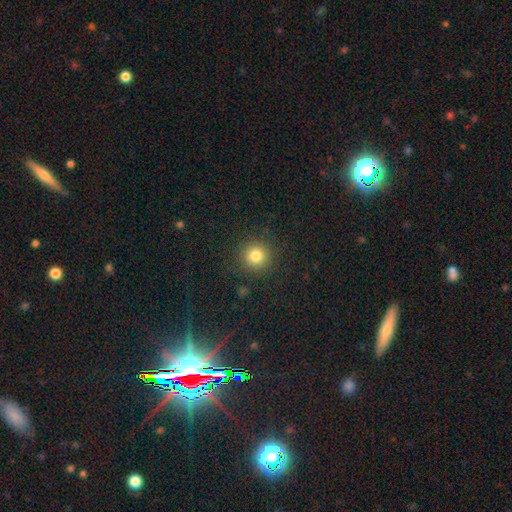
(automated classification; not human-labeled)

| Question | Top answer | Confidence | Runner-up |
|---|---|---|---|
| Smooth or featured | smooth | 81% | star or artifact (13%) |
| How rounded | round | 93% | in between (6%) |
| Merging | none | 89% | minor disturbance (7%) |